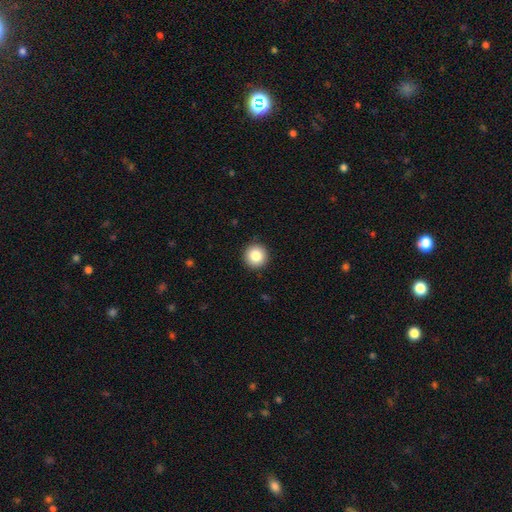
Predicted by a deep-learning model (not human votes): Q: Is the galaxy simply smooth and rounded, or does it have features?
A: smooth — 84%.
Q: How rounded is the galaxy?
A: round — 96%.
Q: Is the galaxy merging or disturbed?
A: none — 93%.